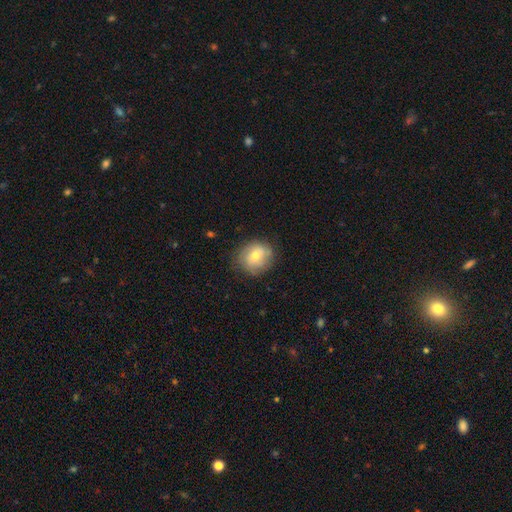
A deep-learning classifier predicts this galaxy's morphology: Q: Smooth or featured?
A: smooth (61%); runner-up: featured or disk (31%)
Q: How rounded?
A: round (77%); runner-up: in between (22%)
Q: Merging?
A: none (76%); runner-up: minor disturbance (18%)